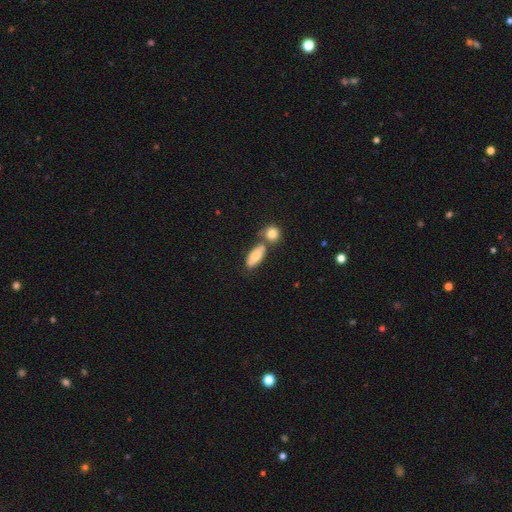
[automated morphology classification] This is likely a smooth galaxy (77%). How rounded: likely in between (79%). Merging: possibly none (55%).